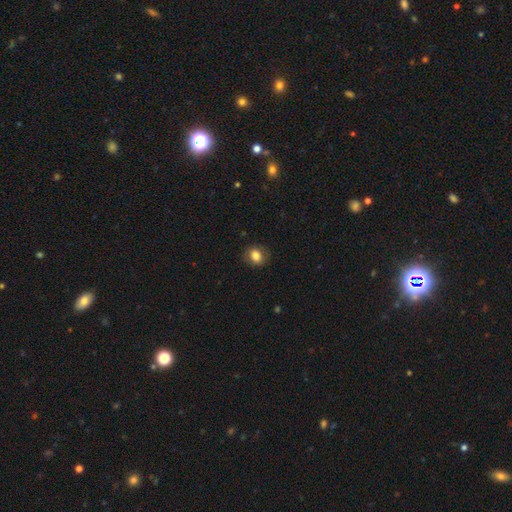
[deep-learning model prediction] A smooth galaxy with no disk features (81%) that is round (51%). Merging: none (82%).